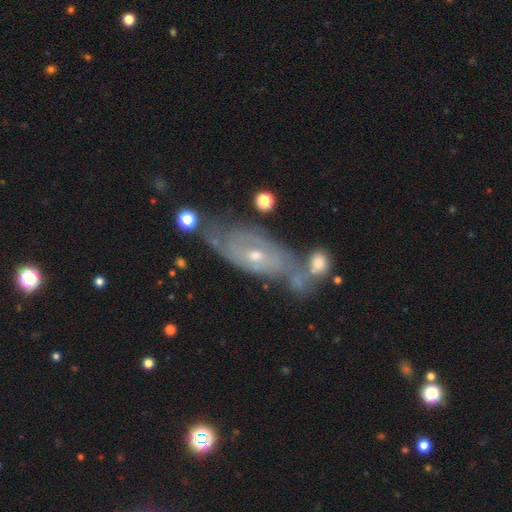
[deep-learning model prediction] The model was most divided on "spiral arm count": can't tell: 48%, 2: 30%, 3: 9%, 4: 5%, 1: 4%, more than 4: 4%. More confident: spiral arms — yes (87%); edge-on disk — no (87%); smooth or featured — featured or disk (78%); bar — no (74%); spiral winding — tight (70%); bulge size — small (65%); merging — none (57%).